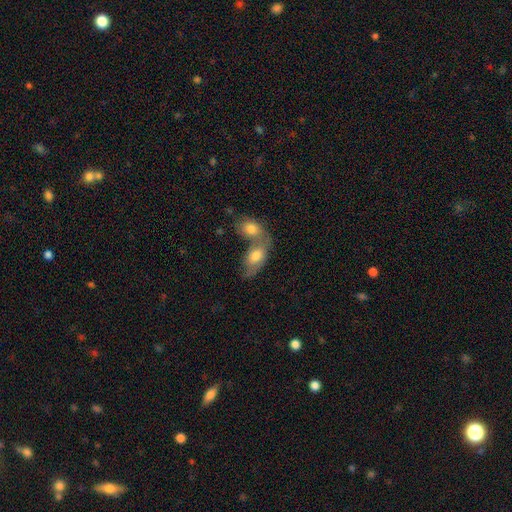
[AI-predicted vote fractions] A smooth galaxy with no disk features (70%) that is in between round and cigar-shaped (88%).

Vote fractions:
- Smooth or featured? smooth: 70% / featured or disk: 23% / star or artifact: 7%
- How rounded? in between: 88% / round: 8% / cigar-shaped: 3%
- Merging? merger: 65% / none: 21% / minor disturbance: 9% / major disturbance: 5%